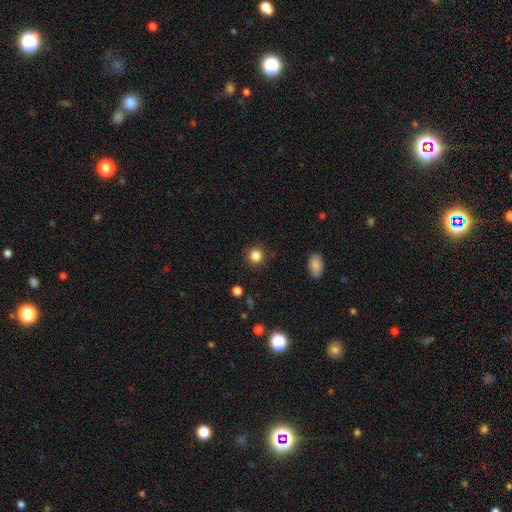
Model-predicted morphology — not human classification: Overall: smooth (85%). How rounded: round (92%). Merging: none (89%).